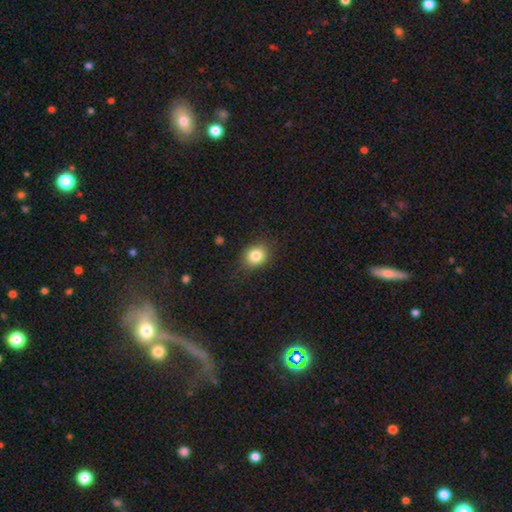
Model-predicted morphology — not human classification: Overall: smooth (83%). How rounded: round (61%; in between 38%). Merging: none (83%).